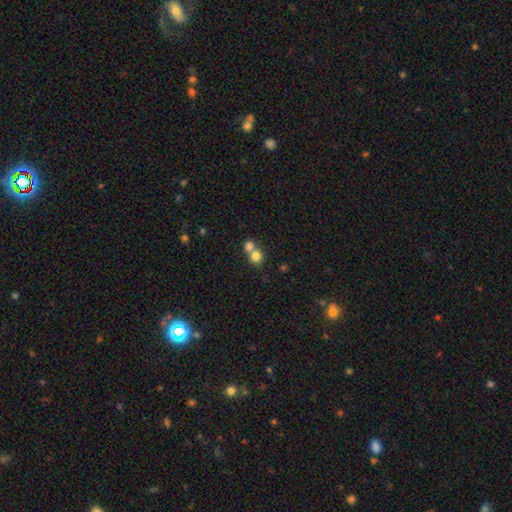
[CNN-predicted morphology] Smooth or featured?
  - smooth: 79% *
  - star or artifact: 11%
  - featured or disk: 10%
How rounded?
  - round: 82% *
  - in between: 17%
  - cigar-shaped: 1%
Merging?
  - merger: 55% *
  - none: 37%
  - minor disturbance: 5%
  - major disturbance: 3%